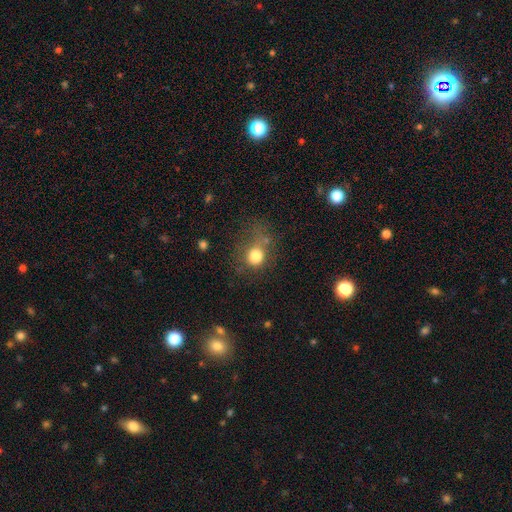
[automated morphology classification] A smooth galaxy with no disk features (78%) that is round (78%).

Vote fractions:
- Smooth or featured? smooth: 78% / star or artifact: 12% / featured or disk: 10%
- How rounded? round: 78% / in between: 21% / cigar-shaped: 1%
- Merging? none: 48% / minor disturbance: 22% / major disturbance: 21% / merger: 9%